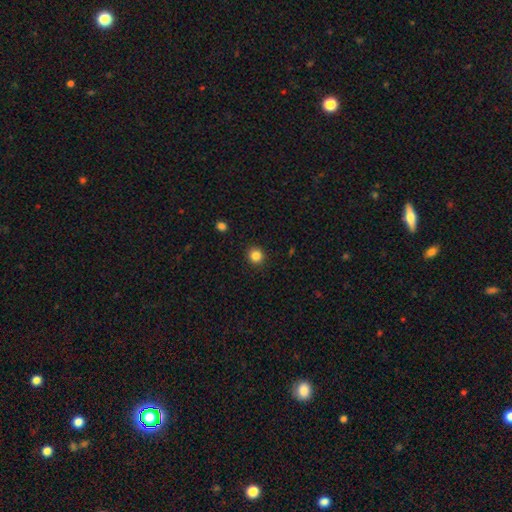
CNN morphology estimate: A smooth galaxy with no disk features (85%) that is round (92%).

Vote fractions:
- Smooth or featured? smooth: 85% / star or artifact: 11% / featured or disk: 4%
- How rounded? round: 92% / in between: 7% / cigar-shaped: 1%
- Merging? none: 92% / minor disturbance: 5% / major disturbance: 2% / merger: 1%